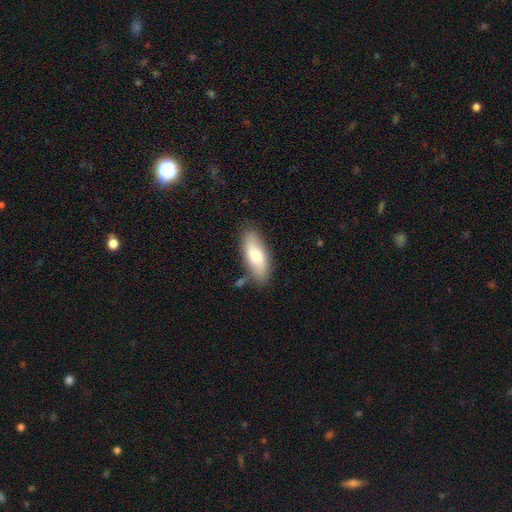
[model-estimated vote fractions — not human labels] This appears to be a smooth galaxy with no disk features (75%) that is in between round and cigar-shaped (77%). Merging: none (75%).